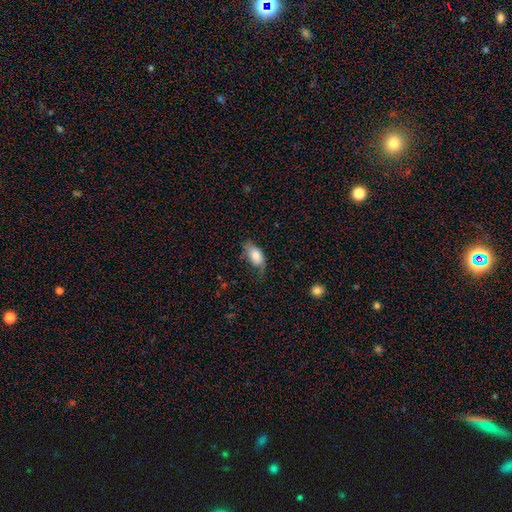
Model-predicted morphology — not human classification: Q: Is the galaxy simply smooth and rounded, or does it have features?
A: smooth — 78%.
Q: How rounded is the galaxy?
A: in between — 91%.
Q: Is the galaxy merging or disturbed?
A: none — 57%.